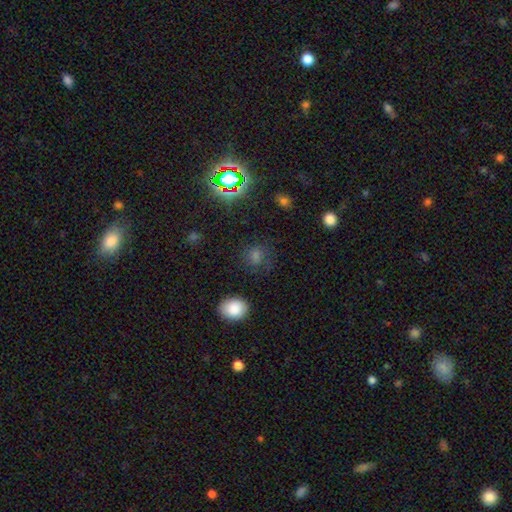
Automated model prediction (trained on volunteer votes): Q: Smooth or featured?
A: smooth (59%); runner-up: star or artifact (33%)
Q: How rounded?
A: round (78%); runner-up: in between (21%)
Q: Merging?
A: none (76%); runner-up: minor disturbance (14%)